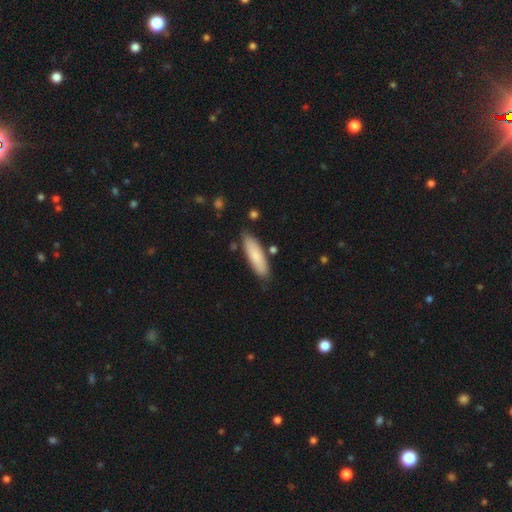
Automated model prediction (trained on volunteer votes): This appears to be a smooth galaxy with no disk features (80%) that is cigar-shaped (62%). Merging: none (83%).